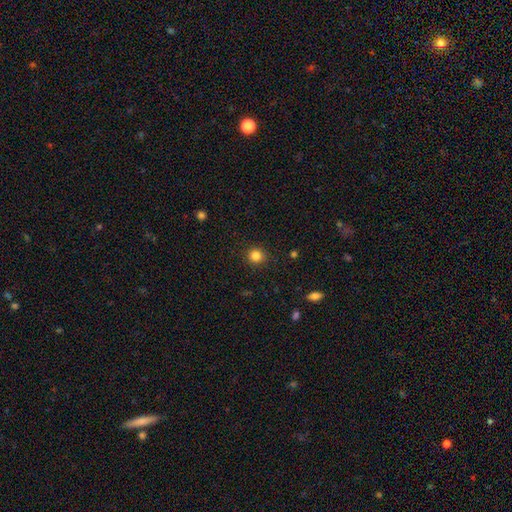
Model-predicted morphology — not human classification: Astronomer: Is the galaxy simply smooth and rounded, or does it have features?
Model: smooth — 84%.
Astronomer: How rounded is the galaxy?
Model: round — 90%.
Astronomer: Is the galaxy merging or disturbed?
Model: none — 90%.